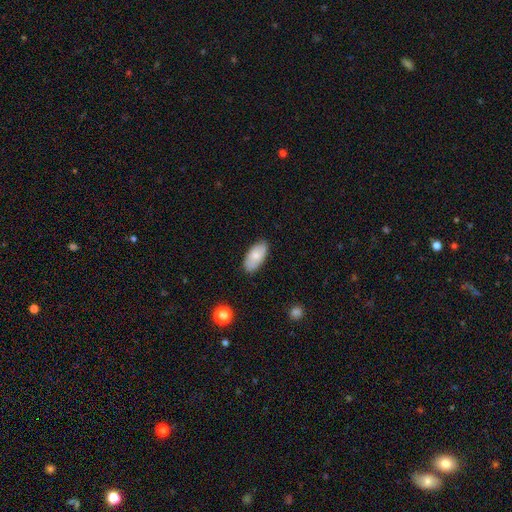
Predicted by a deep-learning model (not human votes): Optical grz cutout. It shows a smooth galaxy with no disk features (79%) that is in between round and cigar-shaped (93%). Merging: none (84%).